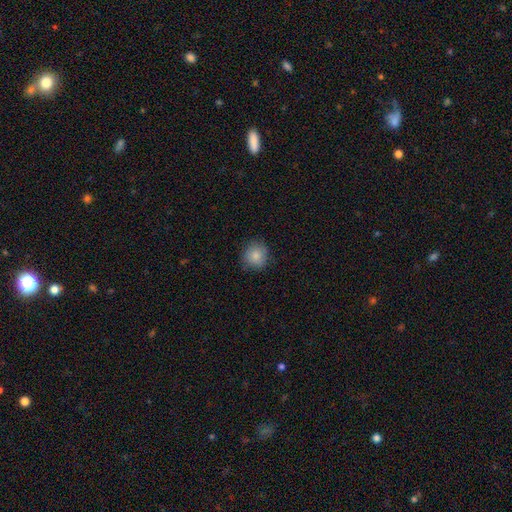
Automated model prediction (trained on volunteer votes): Smooth or featured? Predicted: smooth (p=0.85). How rounded? Predicted: round (p=0.88). Merging? Predicted: none (p=0.84).